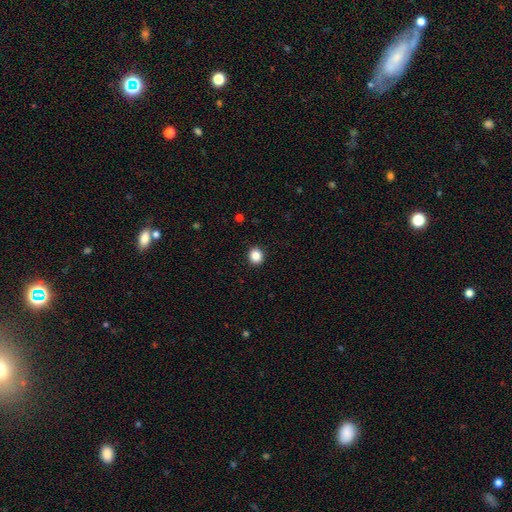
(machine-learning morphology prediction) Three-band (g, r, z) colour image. It shows a smooth galaxy with no disk features (86%) that is round (76%). Merging: none (92%).